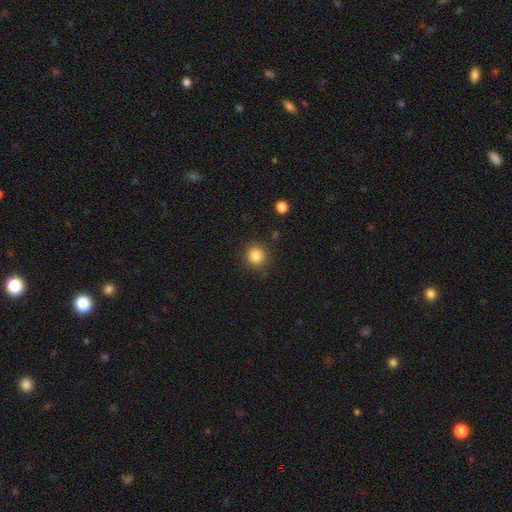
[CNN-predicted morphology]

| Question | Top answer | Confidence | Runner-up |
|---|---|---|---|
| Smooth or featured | smooth | 84% | star or artifact (11%) |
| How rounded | round | 92% | in between (7%) |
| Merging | none | 89% | minor disturbance (7%) |